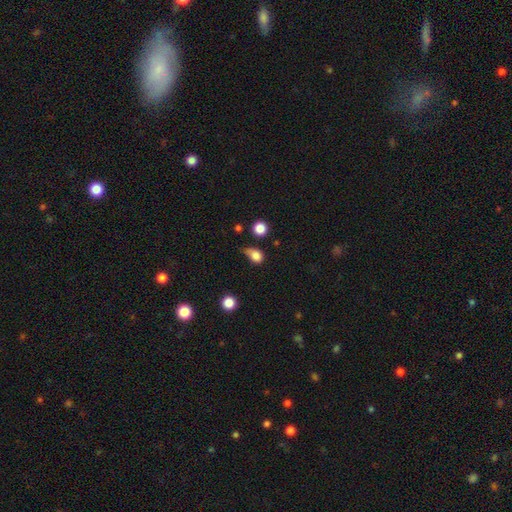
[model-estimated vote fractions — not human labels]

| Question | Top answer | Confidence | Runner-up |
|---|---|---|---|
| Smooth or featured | smooth | 81% | star or artifact (11%) |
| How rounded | round | 53% | in between (45%) |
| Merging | minor disturbance | 42% | none (36%) |